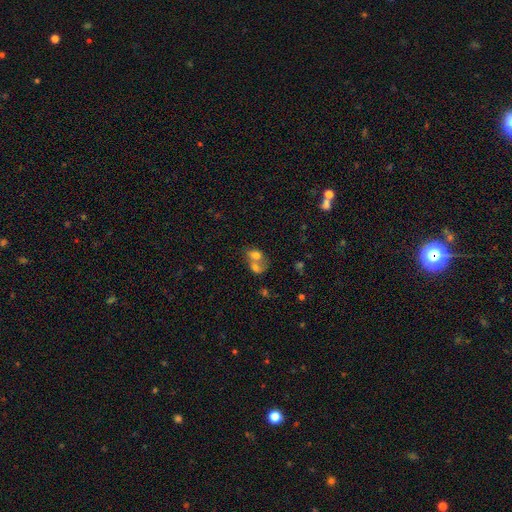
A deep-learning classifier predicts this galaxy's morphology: Q: Smooth or featured?
A: smooth (71%); runner-up: featured or disk (19%)
Q: How rounded?
A: in between (66%); runner-up: round (33%)
Q: Merging?
A: merger (73%); runner-up: none (16%)